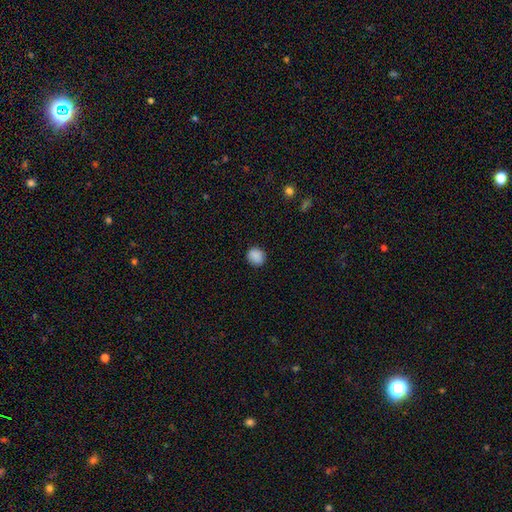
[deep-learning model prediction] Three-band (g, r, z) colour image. It shows a smooth galaxy with no disk features (88%) that is round (76%). Merging: none (87%).